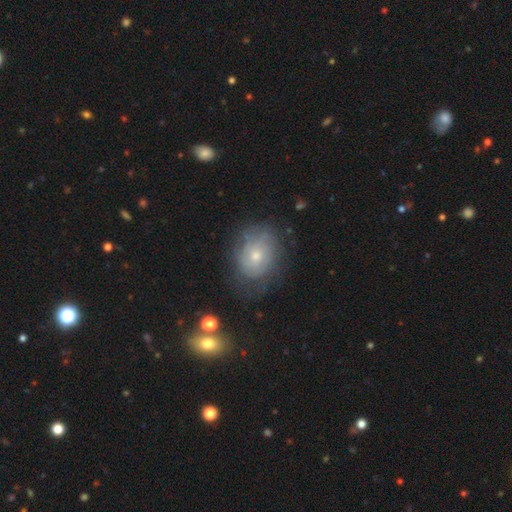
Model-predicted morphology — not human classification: A featured or disk galaxy (45%, tied with smooth). Merging: none (63%).